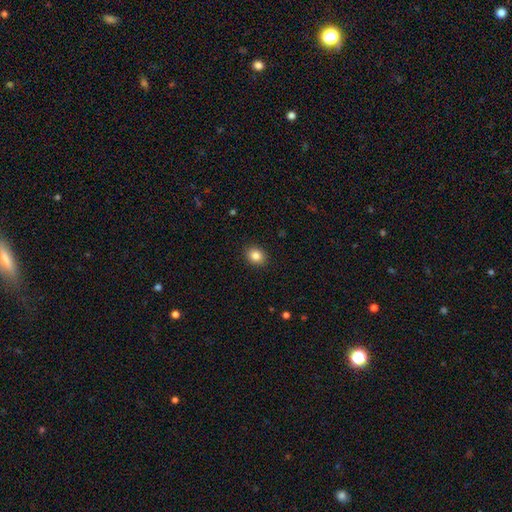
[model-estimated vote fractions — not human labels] A smooth galaxy with no disk features (85%) that is round (60%).

Vote fractions:
- Smooth or featured? smooth: 85% / star or artifact: 10% / featured or disk: 6%
- How rounded? round: 60% / in between: 39% / cigar-shaped: 1%
- Merging? none: 91% / minor disturbance: 6% / major disturbance: 2% / merger: 1%